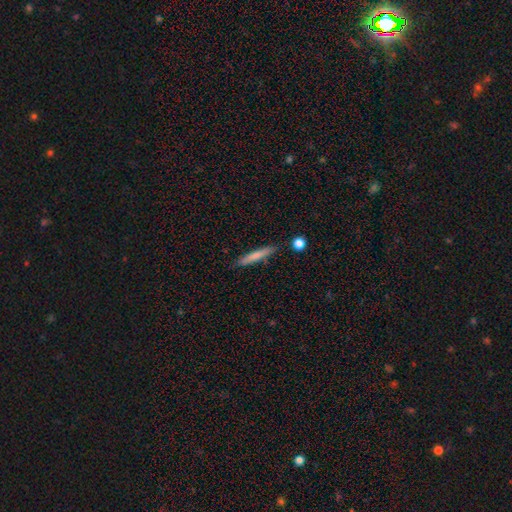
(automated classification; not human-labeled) Q: Smooth or featured?
A: smooth (70%); runner-up: featured or disk (24%)
Q: How rounded?
A: cigar-shaped (94%); runner-up: in between (4%)
Q: Merging?
A: none (86%); runner-up: minor disturbance (10%)